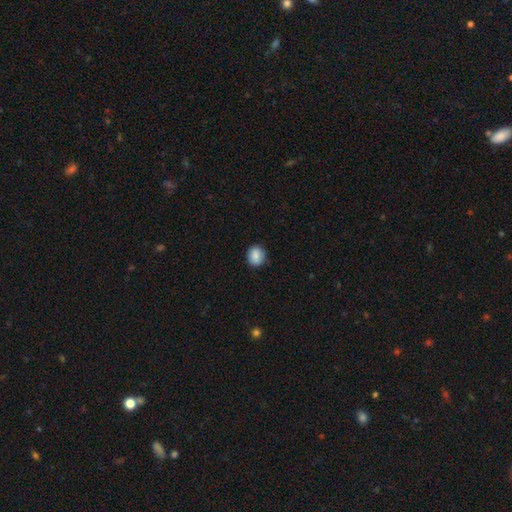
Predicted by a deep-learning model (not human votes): The model was most divided on "how rounded": round: 74%, in between: 25%, cigar-shaped: 1%. More confident: merging — none (87%); smooth or featured — smooth (86%).